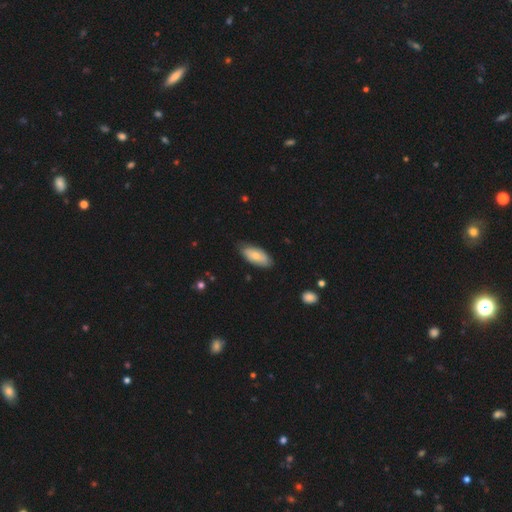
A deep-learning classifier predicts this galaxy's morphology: Overall: smooth (71%). How rounded: in between (86%). Merging: none (78%).